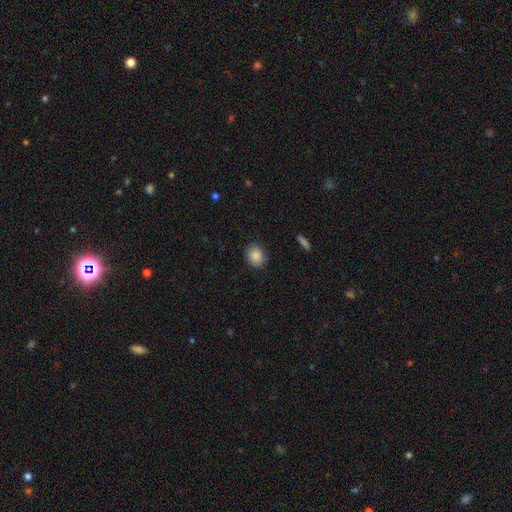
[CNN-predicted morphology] A smooth galaxy with no disk features (87%) that is round (50%).

Vote fractions:
- Smooth or featured? smooth: 87% / star or artifact: 8% / featured or disk: 5%
- How rounded? round: 50% / in between: 49% / cigar-shaped: 1%
- Merging? none: 86% / minor disturbance: 11% / major disturbance: 3% / merger: 1%